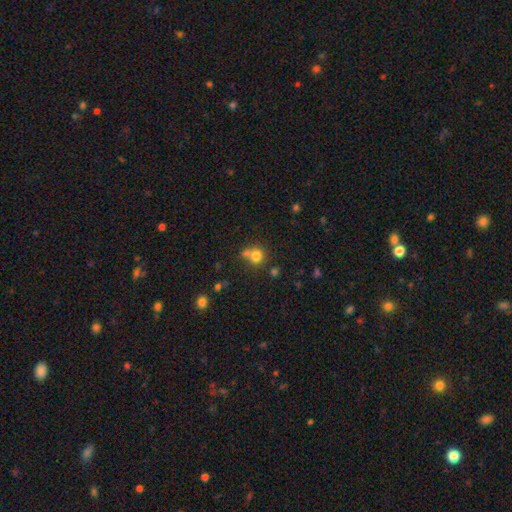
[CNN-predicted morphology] Smooth or featured: smooth — 78% (star or artifact — 14%)
How rounded: round — 88% (in between — 11%)
Merging: none — 56% (merger — 31%)